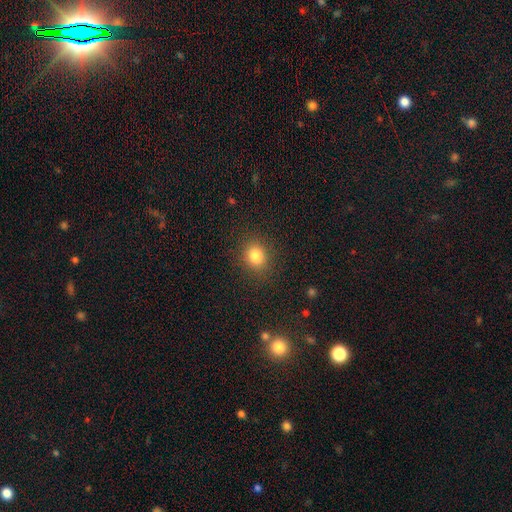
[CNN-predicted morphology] Smooth or featured? smooth (82%)
How rounded? round (72%)
Merging? none (87%)